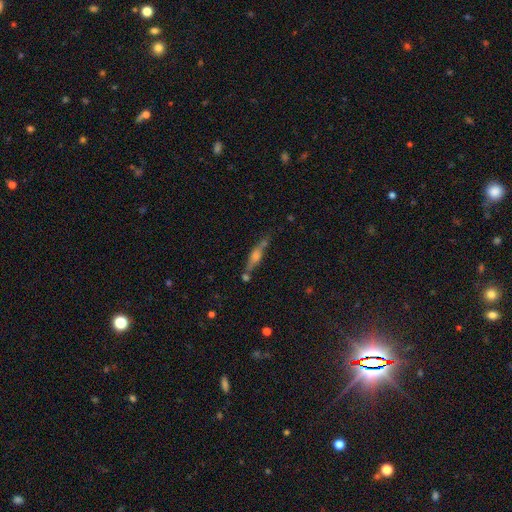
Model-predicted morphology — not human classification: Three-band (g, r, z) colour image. It shows a featured or disk galaxy (55%) viewed edge-on (88%). Merging: none (67%).